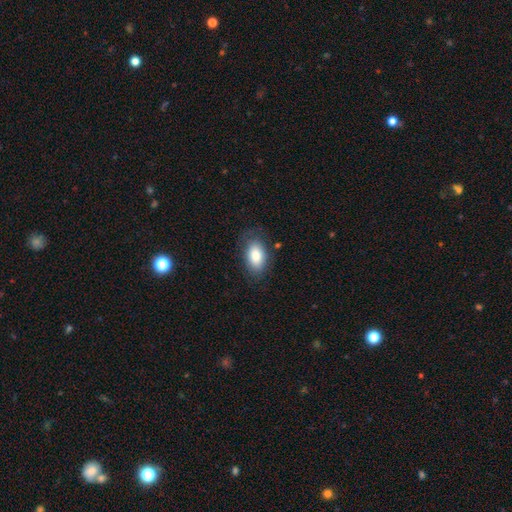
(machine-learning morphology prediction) This appears to be a smooth galaxy with no disk features (83%) that is in between round and cigar-shaped (92%). Merging: none (75%).